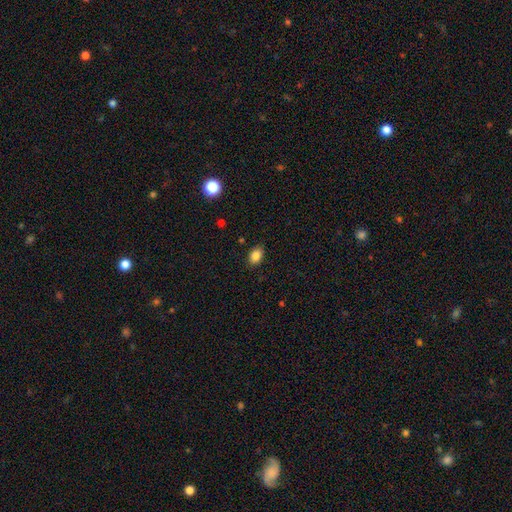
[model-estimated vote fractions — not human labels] A smooth galaxy with no disk features (85%) that is in between round and cigar-shaped (79%).

Vote fractions:
- Smooth or featured? smooth: 85% / star or artifact: 10% / featured or disk: 6%
- How rounded? in between: 79% / round: 20% / cigar-shaped: 1%
- Merging? none: 86% / minor disturbance: 10% / major disturbance: 2% / merger: 1%